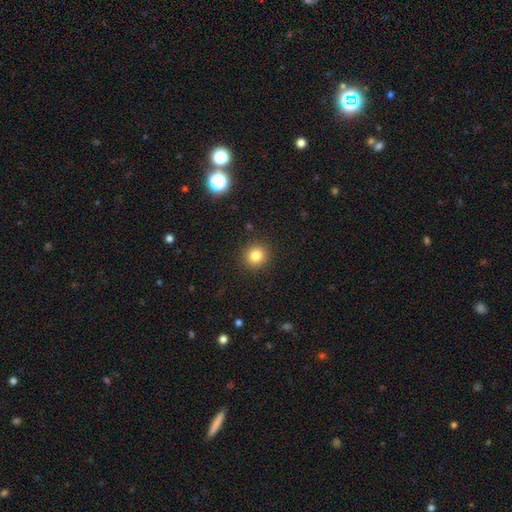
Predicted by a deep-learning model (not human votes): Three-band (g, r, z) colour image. It shows a smooth galaxy with no disk features (82%) that is round (90%). Merging: none (91%).